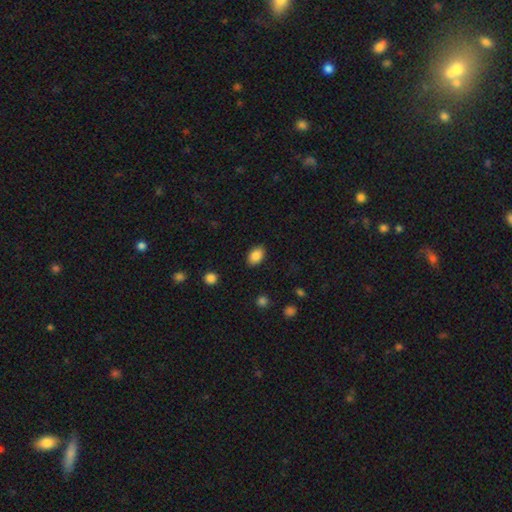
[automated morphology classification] Smooth or featured? smooth (87%)
How rounded? in between (84%)
Merging? none (87%)